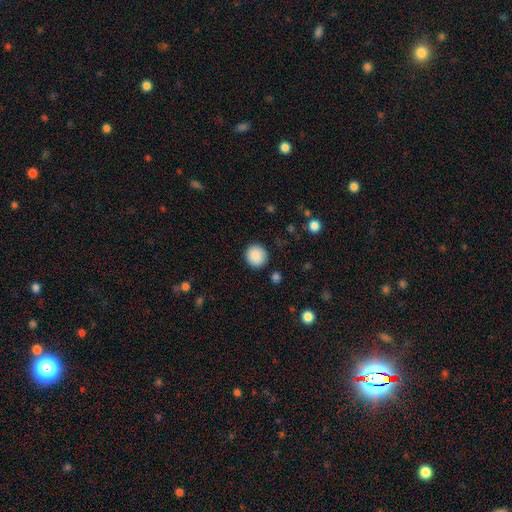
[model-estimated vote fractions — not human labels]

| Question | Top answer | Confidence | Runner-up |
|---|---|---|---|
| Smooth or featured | smooth | 89% | star or artifact (8%) |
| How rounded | round | 91% | in between (8%) |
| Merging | none | 90% | minor disturbance (6%) |